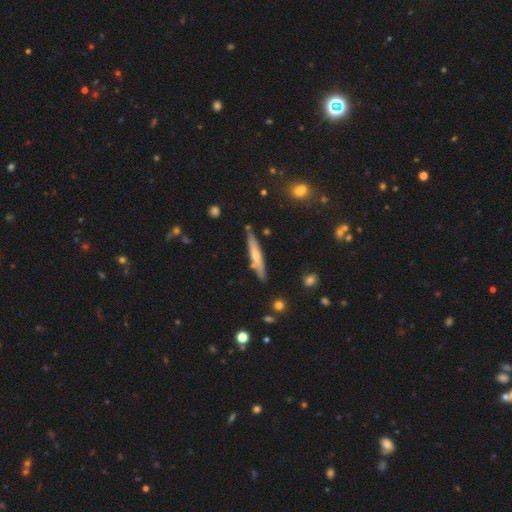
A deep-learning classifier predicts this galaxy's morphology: smooth-or-featured: featured or disk: 54% | smooth: 40% | star or artifact: 6%
  disk-edge-on: yes: 90% | no: 10%
  merging: none: 79% | minor disturbance: 13% | merger: 5% | major disturbance: 2%